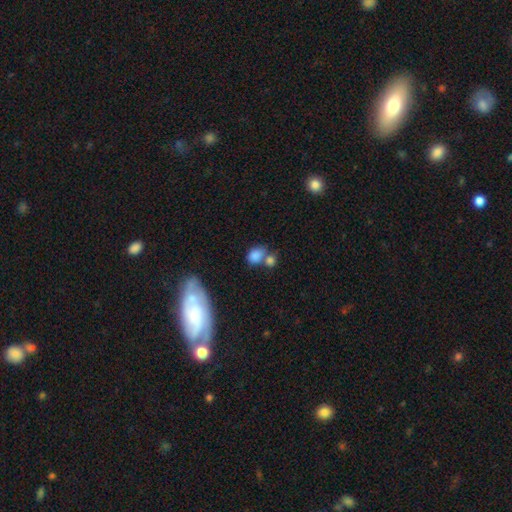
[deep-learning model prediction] smooth-or-featured: smooth: 81% | star or artifact: 10% | featured or disk: 9%
  how-rounded: in between: 65% | round: 34% | cigar-shaped: 2%
  merging: merger: 43% | none: 39% | minor disturbance: 13% | major disturbance: 6%